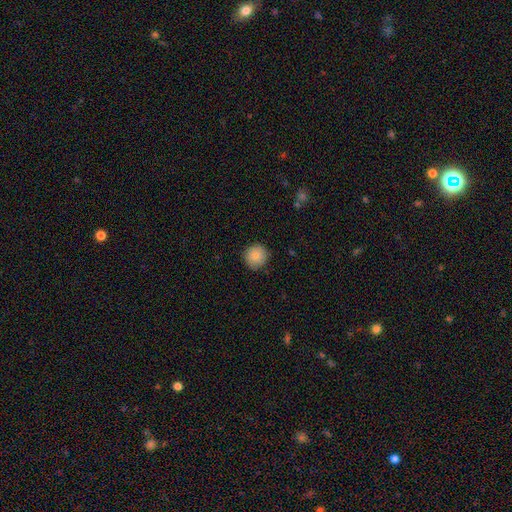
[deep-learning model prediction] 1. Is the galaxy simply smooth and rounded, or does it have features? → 84% smooth, 8% star or artifact, 7% featured or disk.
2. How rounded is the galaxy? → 94% round, 5% in between, 1% cigar-shaped.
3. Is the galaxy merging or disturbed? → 88% none, 9% minor disturbance, 2% major disturbance, 1% merger.